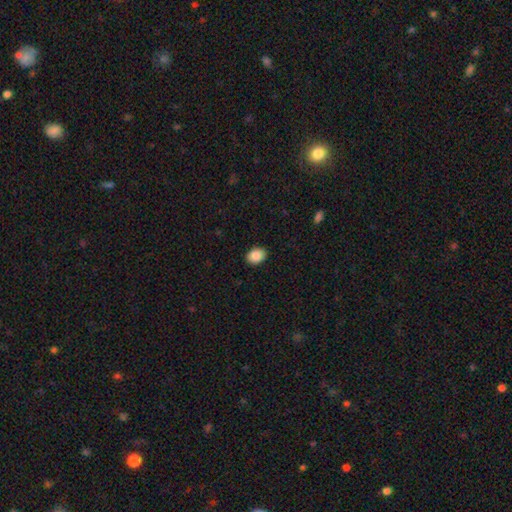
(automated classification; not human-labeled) smooth-or-featured: smooth: 88% | star or artifact: 8% | featured or disk: 4%
  how-rounded: in between: 66% | round: 33% | cigar-shaped: 1%
  merging: none: 90% | minor disturbance: 7% | major disturbance: 2% | merger: 1%